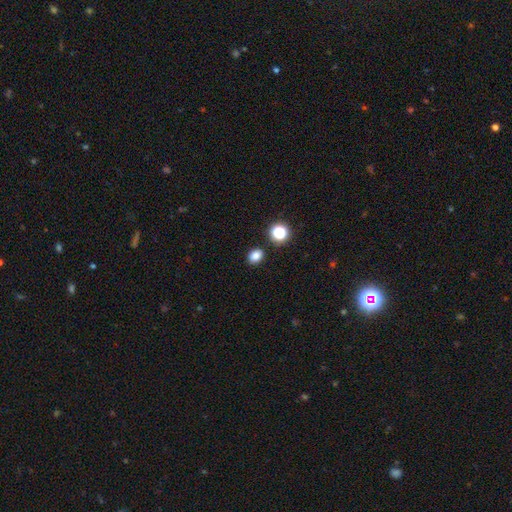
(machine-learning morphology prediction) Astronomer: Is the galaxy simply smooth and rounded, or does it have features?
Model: smooth — 82%.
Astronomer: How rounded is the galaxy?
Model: in between — 53% (runner-up: round, 46%).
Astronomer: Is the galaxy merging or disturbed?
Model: none — 86%.